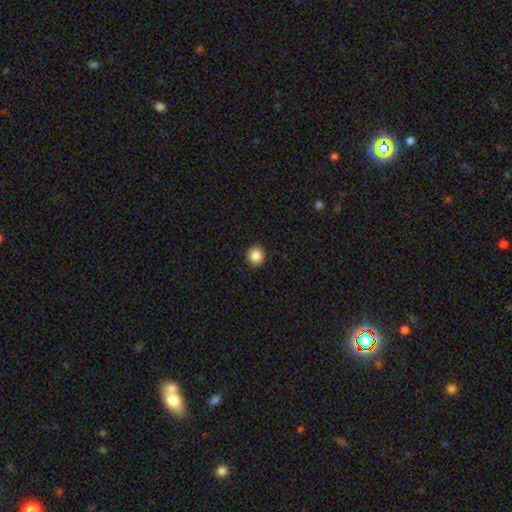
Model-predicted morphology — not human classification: Smooth or featured: smooth — 86% (star or artifact — 9%)
How rounded: round — 84% (in between — 15%)
Merging: none — 91% (minor disturbance — 6%)